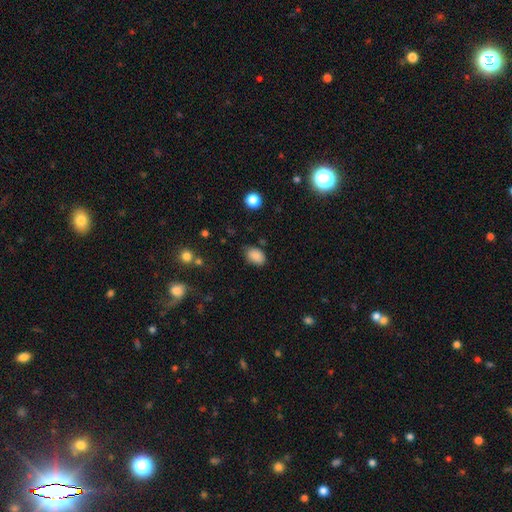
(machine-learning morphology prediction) Smooth or featured: smooth — 86% (star or artifact — 9%)
How rounded: in between — 84% (round — 15%)
Merging: none — 75% (minor disturbance — 19%)